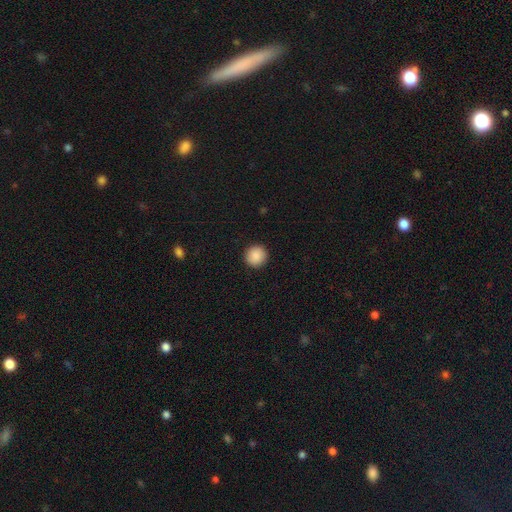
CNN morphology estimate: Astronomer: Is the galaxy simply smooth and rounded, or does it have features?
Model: smooth — 89%.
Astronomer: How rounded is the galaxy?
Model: round — 93%.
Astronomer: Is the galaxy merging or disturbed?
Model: none — 93%.